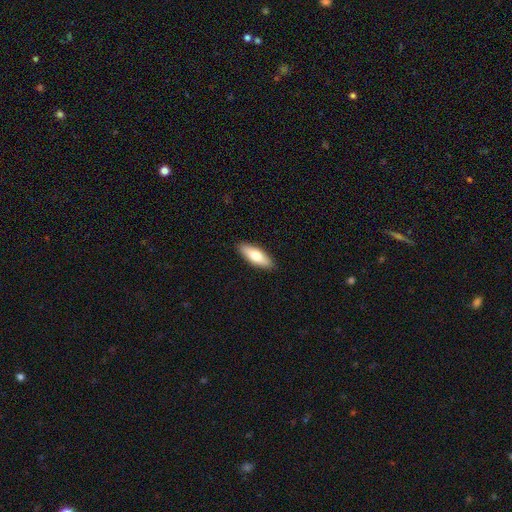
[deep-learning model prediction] smooth_or_featured: smooth (p=0.73) [alt: featured or disk p=0.22]
how_rounded: in between (p=0.64) [alt: cigar-shaped p=0.33]
merging: none (p=0.90) [alt: minor disturbance p=0.08]